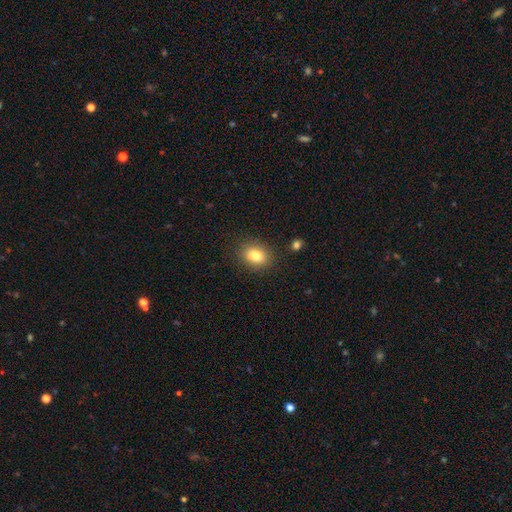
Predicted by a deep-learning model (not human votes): Smooth or featured? smooth (80%)
How rounded? in between (60%)
Merging? none (83%)